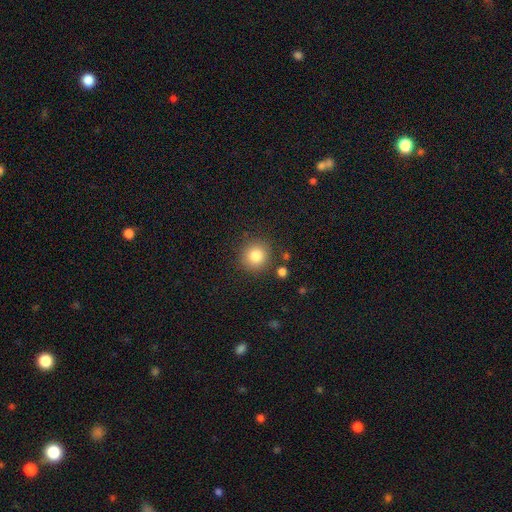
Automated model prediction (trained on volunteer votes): This appears to be a smooth galaxy with no disk features (83%) that is round (92%). Merging: none (86%).